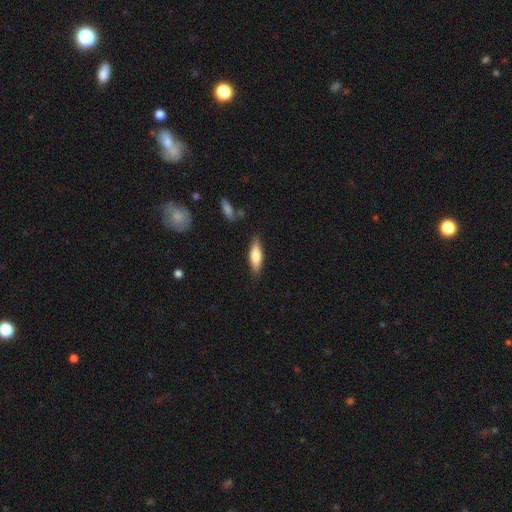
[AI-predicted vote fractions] Morphology: type=smooth (74%); roundness=cigar-shaped (50%); merging=none (84%).